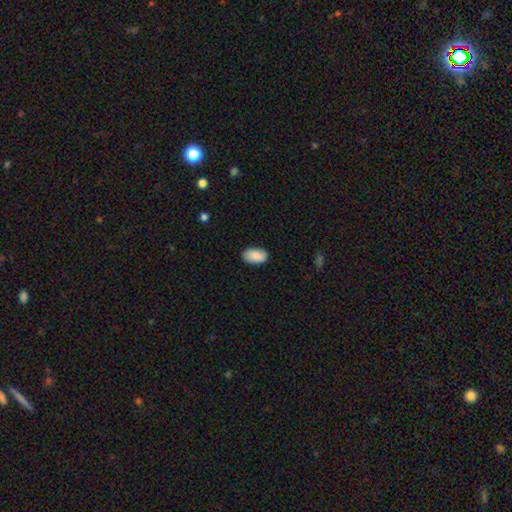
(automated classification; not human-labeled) A smooth galaxy with no disk features (87%) that is in between round and cigar-shaped (95%).

Vote fractions:
- Smooth or featured? smooth: 87% / featured or disk: 7% / star or artifact: 6%
- How rounded? in between: 95% / round: 4% / cigar-shaped: 1%
- Merging? none: 85% / minor disturbance: 12% / major disturbance: 2% / merger: 1%